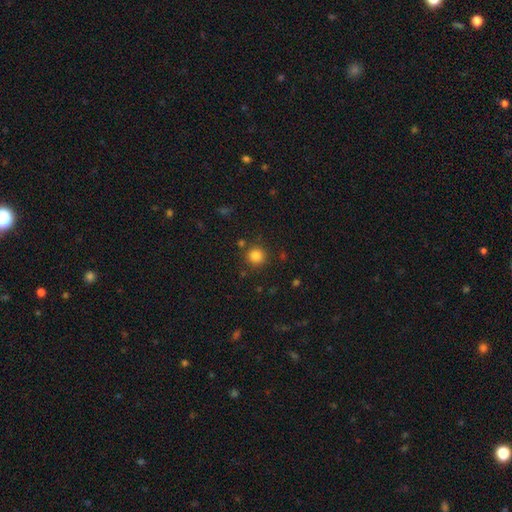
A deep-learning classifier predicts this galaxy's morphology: Overall: smooth (83%). How rounded: round (92%). Merging: none (85%).